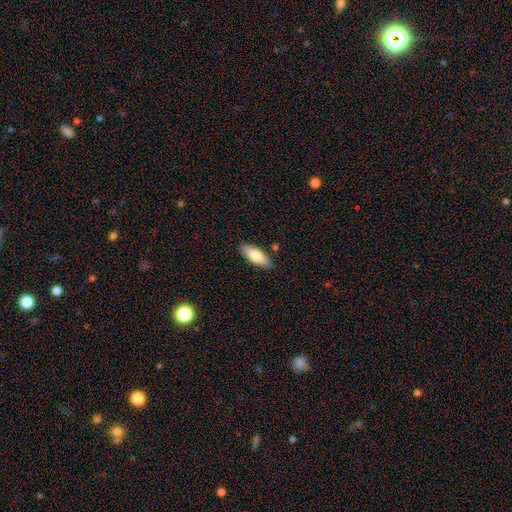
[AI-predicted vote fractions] The model was most divided on "how rounded": in between: 72%, cigar-shaped: 26%, round: 2%. More confident: merging — none (86%); smooth or featured — smooth (75%).